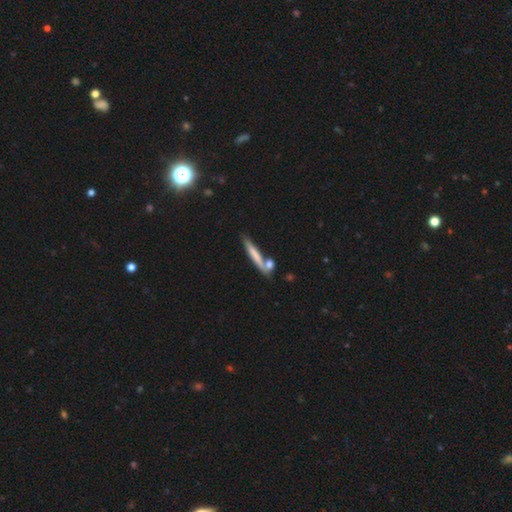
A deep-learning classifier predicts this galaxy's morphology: type=smooth (65%); roundness=cigar-shaped (90%); merging=none (64%).